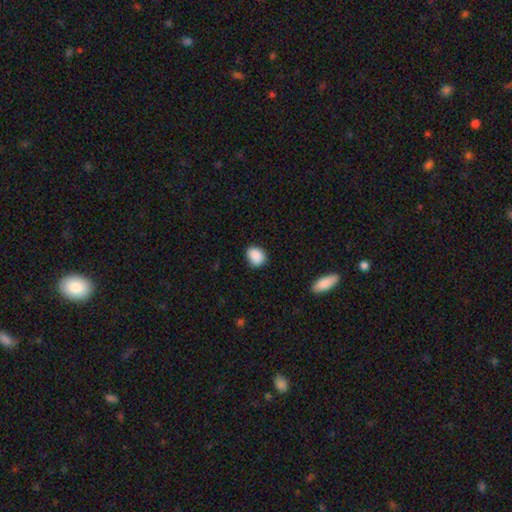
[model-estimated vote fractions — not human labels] Smooth or featured? smooth (88%)
How rounded? in between (50%)
Merging? none (78%)